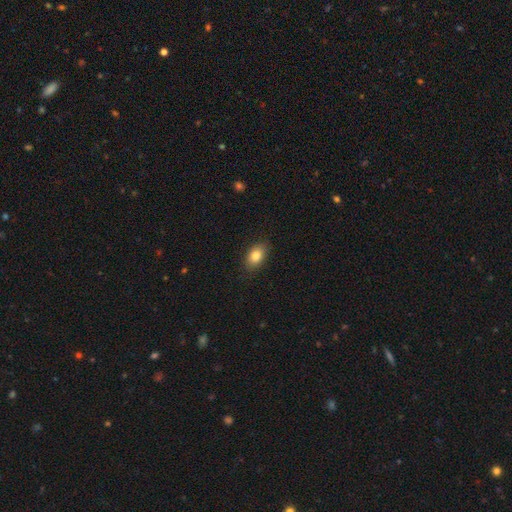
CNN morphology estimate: The model was most divided on "how rounded": in between: 85%, round: 13%, cigar-shaped: 2%. More confident: merging — none (85%); smooth or featured — smooth (83%).